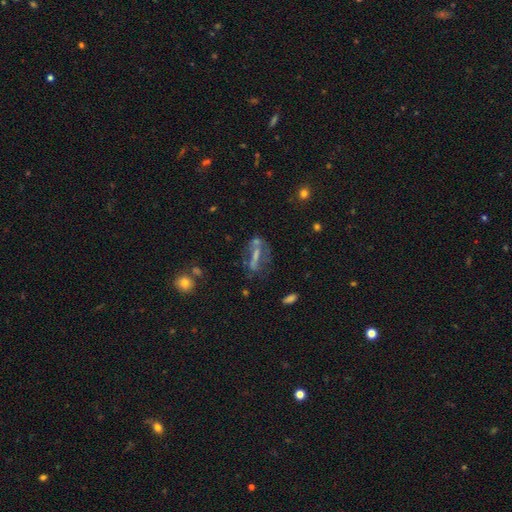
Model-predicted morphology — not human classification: This is possibly a featured or disk galaxy (50%). It is likely not viewed edge-on (68%). Merging: possibly none (53%).